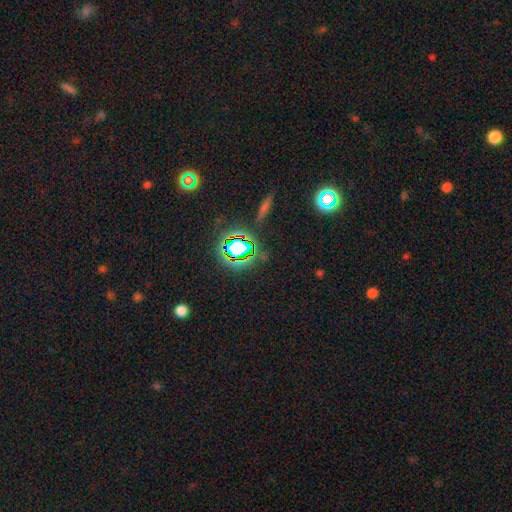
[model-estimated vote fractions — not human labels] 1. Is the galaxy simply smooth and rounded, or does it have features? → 69% star or artifact, 21% smooth, 10% featured or disk.